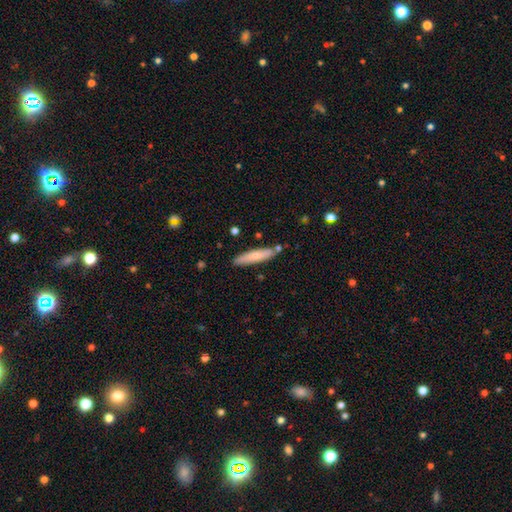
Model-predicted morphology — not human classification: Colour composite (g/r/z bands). It shows a smooth galaxy with no disk features (70%) that is cigar-shaped (84%). Merging: none (80%).